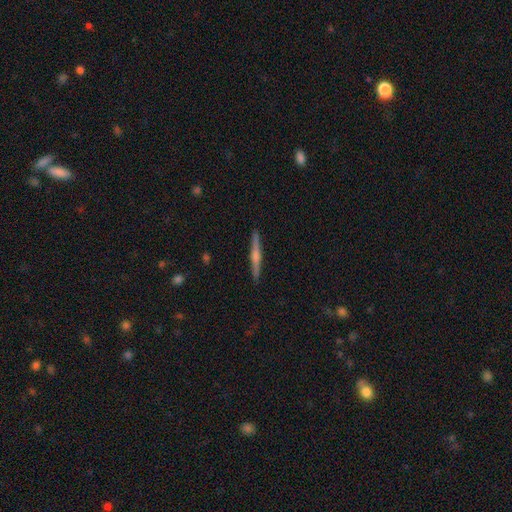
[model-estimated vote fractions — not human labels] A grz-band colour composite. It shows a featured or disk galaxy (74%) viewed edge-on (98%) with a rounded central bulge (82%). Merging: none (92%).